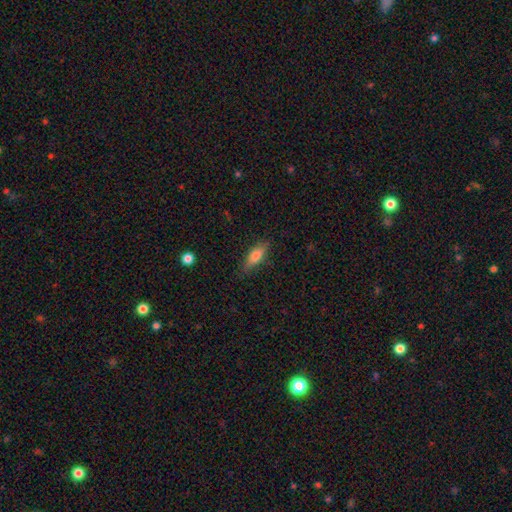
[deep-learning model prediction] smooth-or-featured: smooth: 74% | featured or disk: 19% | star or artifact: 7%
  how-rounded: in between: 65% | cigar-shaped: 32% | round: 3%
  merging: none: 80% | minor disturbance: 15% | major disturbance: 3% | merger: 1%